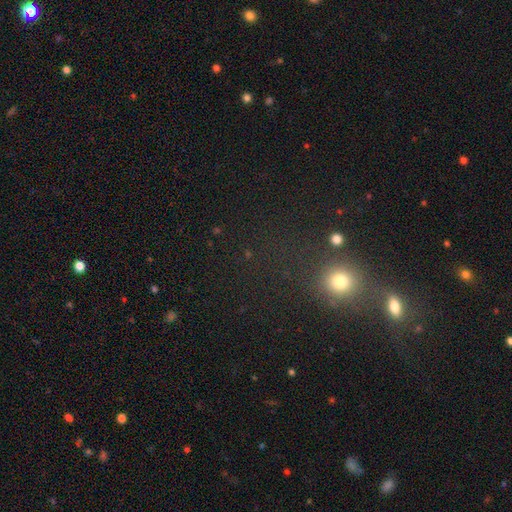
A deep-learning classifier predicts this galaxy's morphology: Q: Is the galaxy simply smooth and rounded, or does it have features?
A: star or artifact — 47%.